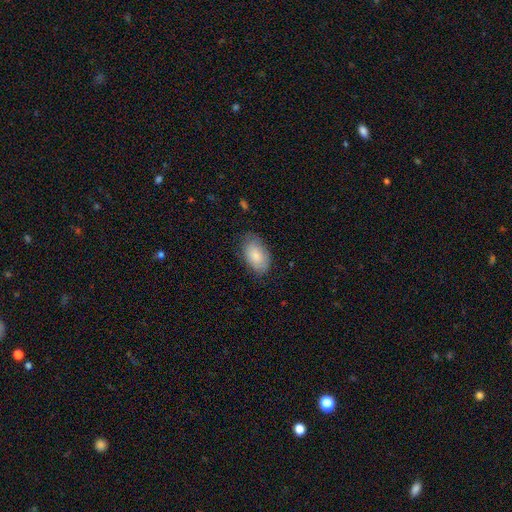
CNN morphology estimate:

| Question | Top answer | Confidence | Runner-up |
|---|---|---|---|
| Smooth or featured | smooth | 83% | featured or disk (11%) |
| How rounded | in between | 94% | round (5%) |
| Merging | none | 74% | minor disturbance (20%) |